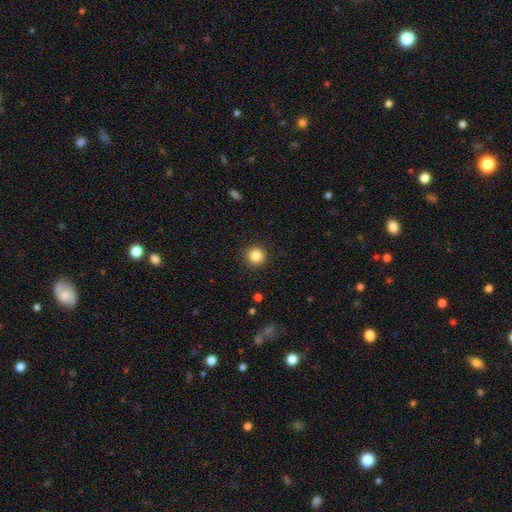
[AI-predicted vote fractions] smooth 85%, star or artifact 11%, featured or disk 5%. Down the decision tree: how rounded — round (94%); merging — none (92%).